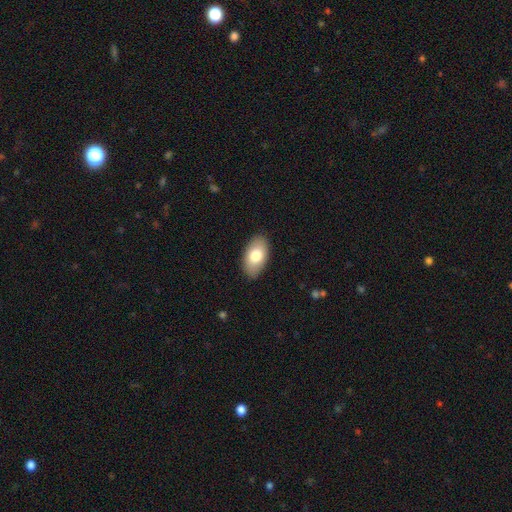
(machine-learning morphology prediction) Smooth or featured? Predicted: smooth (p=0.77). How rounded? Predicted: in between (p=0.95). Merging? Predicted: none (p=0.87).